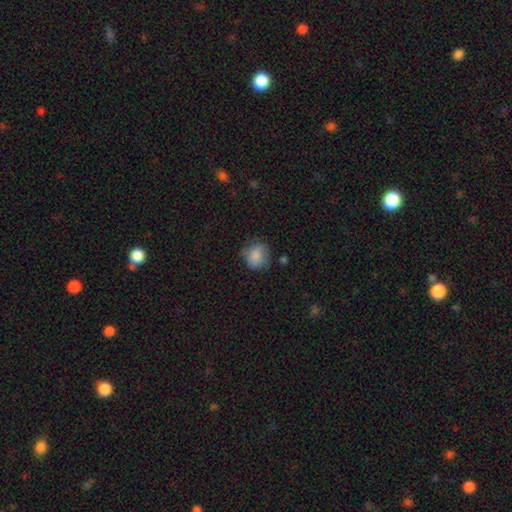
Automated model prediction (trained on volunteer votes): This is clearly a smooth galaxy (80%). How rounded: likely round (72%). Merging: likely none (64%).